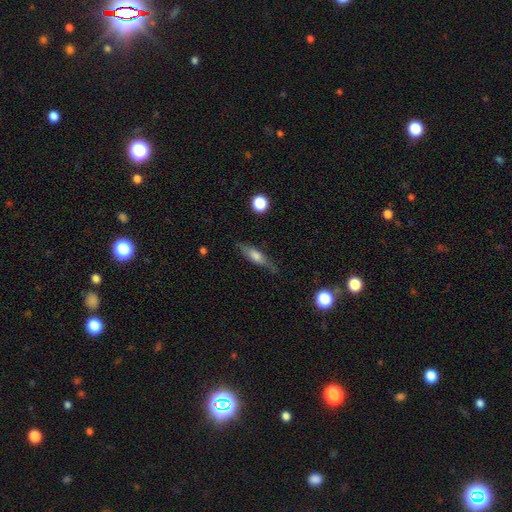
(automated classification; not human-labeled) Morphology: type=smooth (51%); roundness=cigar-shaped (65%); merging=none (75%).